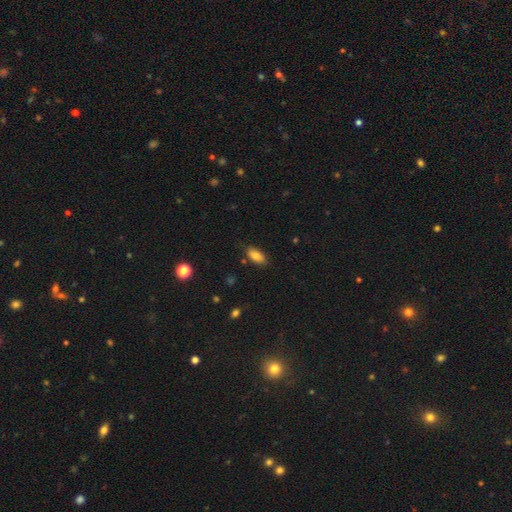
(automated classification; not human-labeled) A smooth galaxy with no disk features (82%) that is in between round and cigar-shaped (88%).

Vote fractions:
- Smooth or featured? smooth: 82% / featured or disk: 9% / star or artifact: 8%
- How rounded? in between: 88% / cigar-shaped: 9% / round: 3%
- Merging? none: 79% / minor disturbance: 16% / major disturbance: 3% / merger: 2%